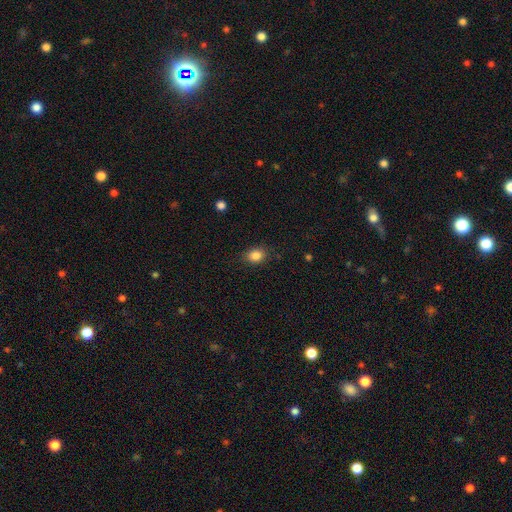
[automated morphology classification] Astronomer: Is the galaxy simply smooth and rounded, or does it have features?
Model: smooth — 85%.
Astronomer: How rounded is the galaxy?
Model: in between — 57% (runner-up: round, 42%).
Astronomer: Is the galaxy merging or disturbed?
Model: none — 85%.